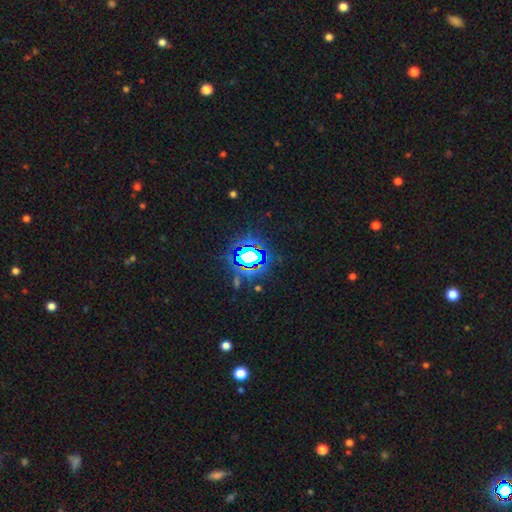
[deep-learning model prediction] Smooth or featured?
  - star or artifact: 75% *
  - smooth: 15%
  - featured or disk: 10%